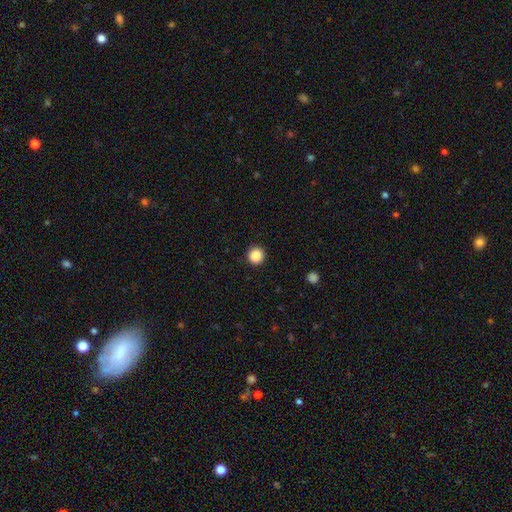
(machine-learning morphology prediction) A smooth galaxy with no disk features (87%) that is round (95%).

Vote fractions:
- Smooth or featured? smooth: 87% / star or artifact: 10% / featured or disk: 3%
- How rounded? round: 95% / in between: 4% / cigar-shaped: 1%
- Merging? none: 93% / minor disturbance: 5% / major disturbance: 2% / merger: 1%